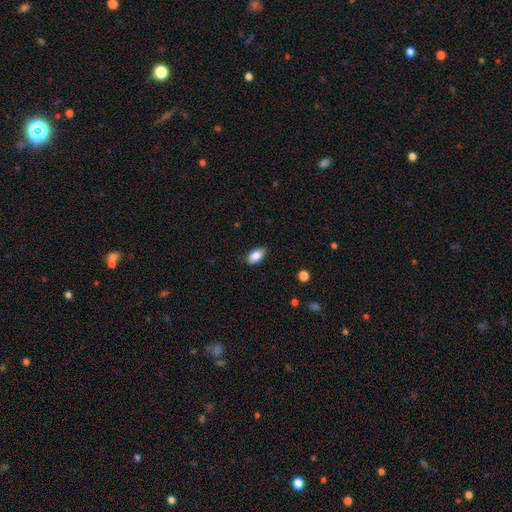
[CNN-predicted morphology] Smooth or featured?
  - smooth: 86% *
  - star or artifact: 8%
  - featured or disk: 6%
How rounded?
  - in between: 92% *
  - round: 5%
  - cigar-shaped: 3%
Merging?
  - none: 79% *
  - minor disturbance: 17%
  - major disturbance: 3%
  - merger: 1%